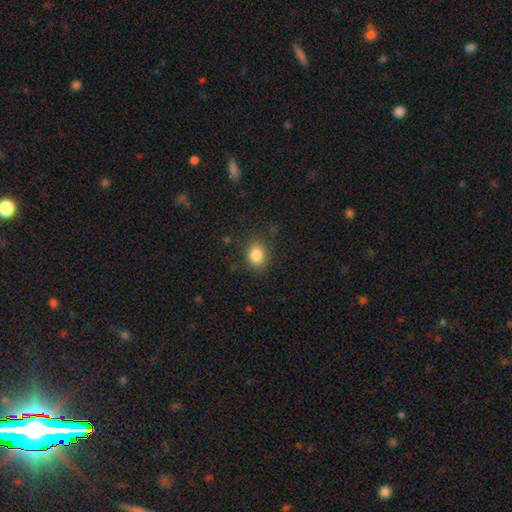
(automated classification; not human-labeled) Overall: smooth (85%). How rounded: in between (58%; round 41%). Merging: none (81%).